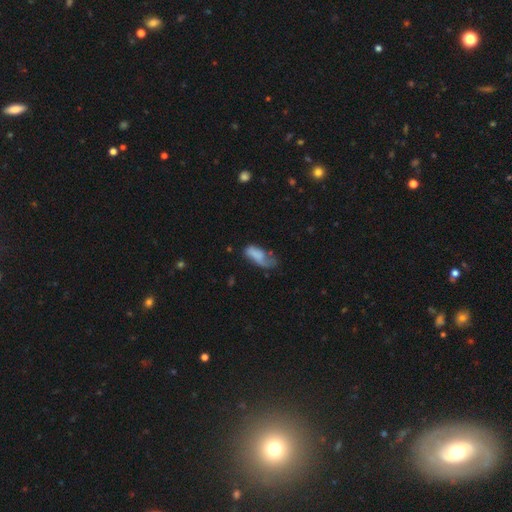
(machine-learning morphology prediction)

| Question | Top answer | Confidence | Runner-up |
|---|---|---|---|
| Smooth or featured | smooth | 63% | featured or disk (28%) |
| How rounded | in between | 83% | cigar-shaped (14%) |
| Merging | major disturbance | 32% | tied: minor disturbance (32%) |